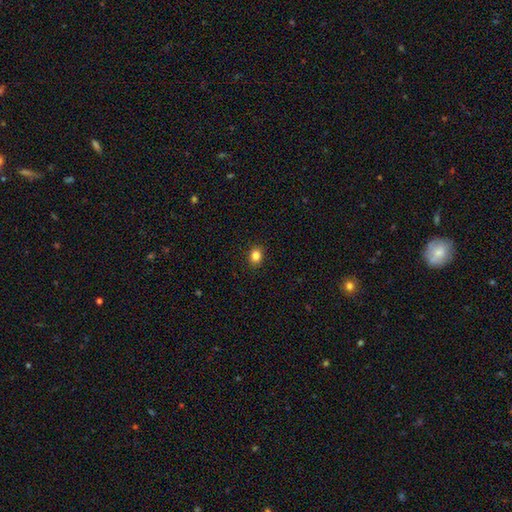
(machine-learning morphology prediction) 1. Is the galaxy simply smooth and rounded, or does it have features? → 84% smooth, 11% star or artifact, 5% featured or disk.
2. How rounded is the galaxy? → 60% round, 39% in between, 1% cigar-shaped.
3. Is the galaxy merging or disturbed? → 91% none, 6% minor disturbance, 2% major disturbance, 1% merger.